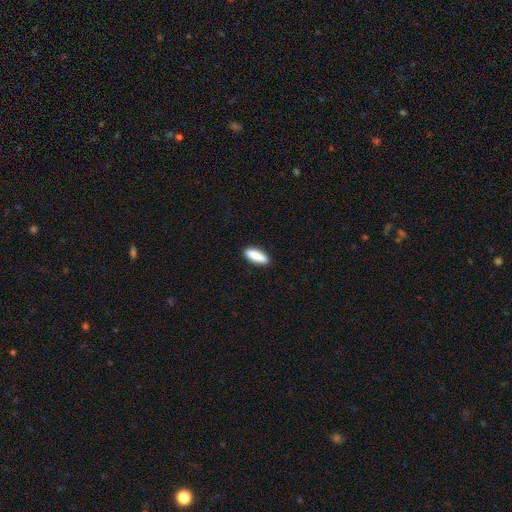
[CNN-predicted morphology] Smooth or featured? Predicted: smooth (p=0.87). How rounded? Predicted: in between (p=0.53). Merging? Predicted: none (p=0.87).